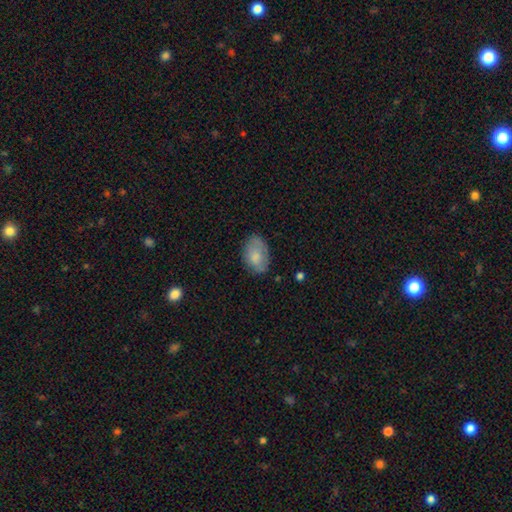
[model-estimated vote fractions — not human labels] smooth 76%, featured or disk 17%, star or artifact 7%. Down the decision tree: how rounded — in between (88%); merging — none (70%).